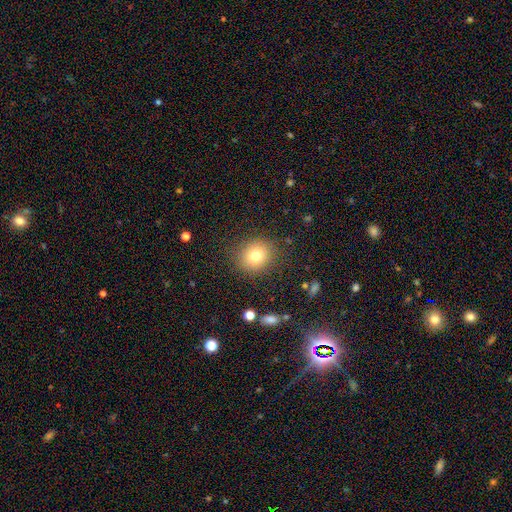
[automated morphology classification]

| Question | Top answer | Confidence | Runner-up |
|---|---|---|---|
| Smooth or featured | smooth | 79% | star or artifact (11%) |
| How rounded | round | 75% | in between (24%) |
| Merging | none | 86% | minor disturbance (9%) |